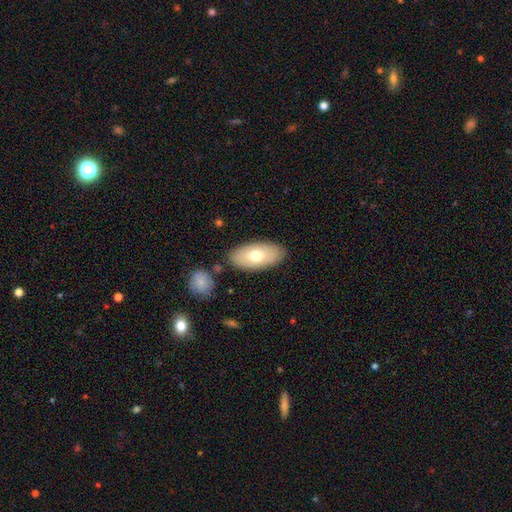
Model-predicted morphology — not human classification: This appears to be a smooth galaxy with no disk features (68%) that is in between round and cigar-shaped (92%). Merging: none (84%).